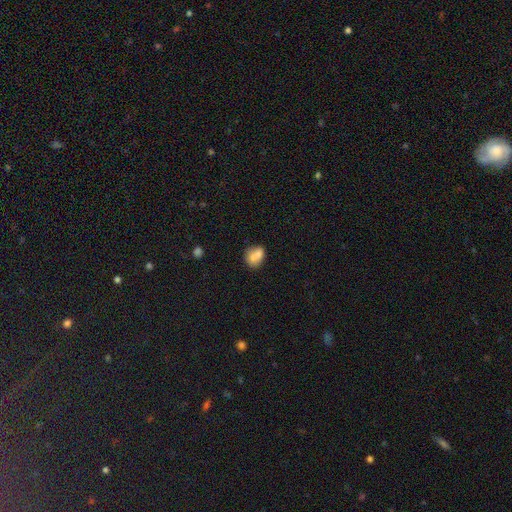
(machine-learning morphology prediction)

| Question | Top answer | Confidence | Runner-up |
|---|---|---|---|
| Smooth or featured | smooth | 75% | featured or disk (16%) |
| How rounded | in between | 49% | tied: round (49%) |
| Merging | none | 42% | merger (38%) |